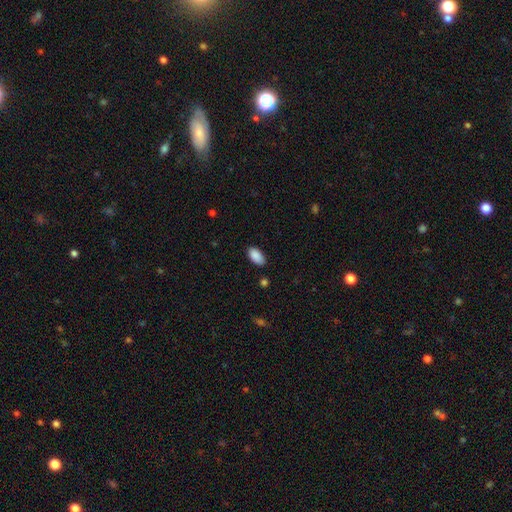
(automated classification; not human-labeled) smooth-or-featured: smooth: 89% | star or artifact: 7% | featured or disk: 4%
  how-rounded: in between: 95% | cigar-shaped: 3% | round: 3%
  merging: none: 85% | minor disturbance: 11% | major disturbance: 2% | merger: 1%